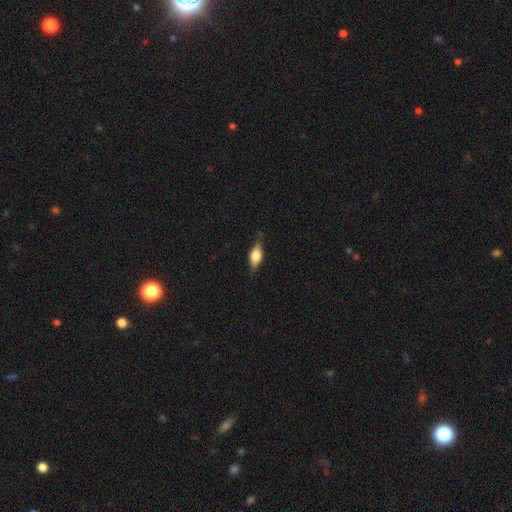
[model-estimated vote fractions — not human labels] This appears to be a smooth galaxy with no disk features (52%) that is in between round and cigar-shaped (73%). Merging: none (77%).